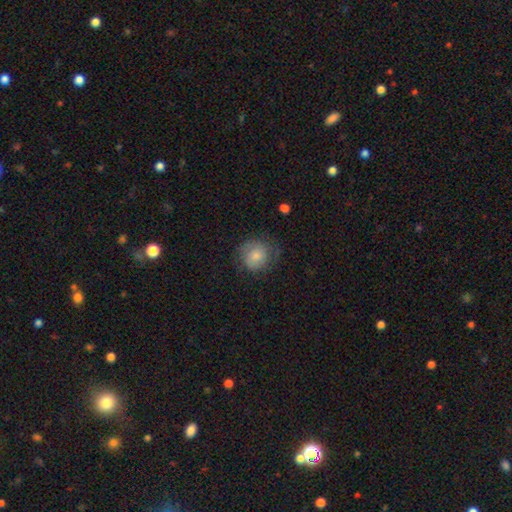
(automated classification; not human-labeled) smooth-or-featured: smooth: 73% | featured or disk: 19% | star or artifact: 8%
  how-rounded: round: 85% | in between: 14% | cigar-shaped: 1%
  merging: none: 65% | minor disturbance: 23% | major disturbance: 11% | merger: 1%